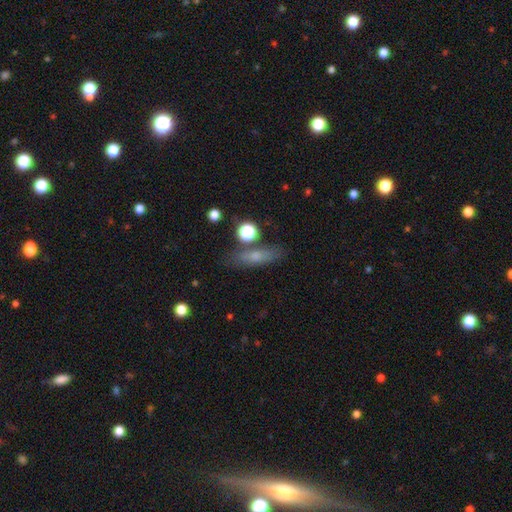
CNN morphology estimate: Q: Smooth or featured?
A: smooth (61%); runner-up: featured or disk (26%)
Q: How rounded?
A: cigar-shaped (55%); runner-up: in between (36%)
Q: Merging?
A: none (76%); runner-up: minor disturbance (13%)